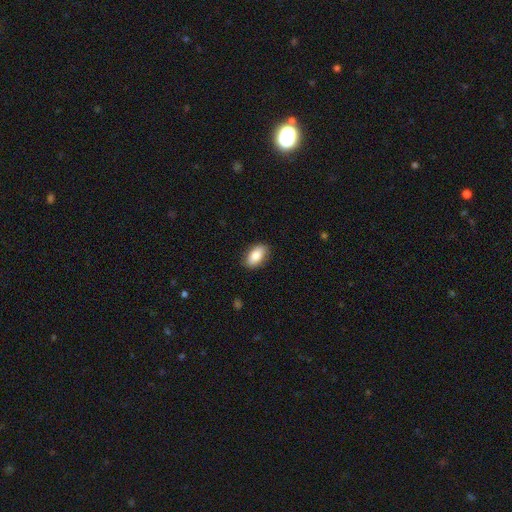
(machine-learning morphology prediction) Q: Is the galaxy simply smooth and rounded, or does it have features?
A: smooth — 84%.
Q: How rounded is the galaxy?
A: in between — 92%.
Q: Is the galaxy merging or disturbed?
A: none — 87%.